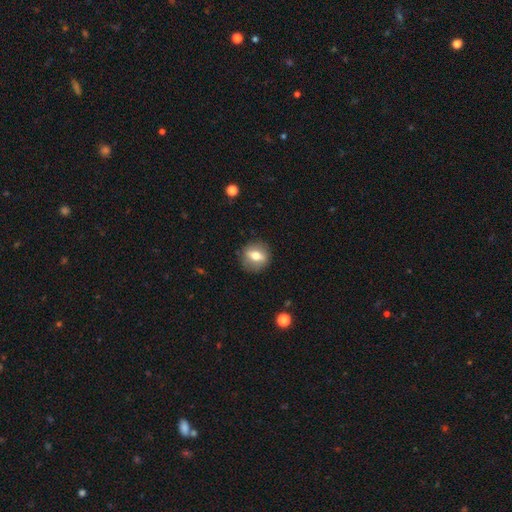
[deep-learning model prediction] A smooth galaxy with no disk features (58%) that is round (69%). Merging: none (86%).